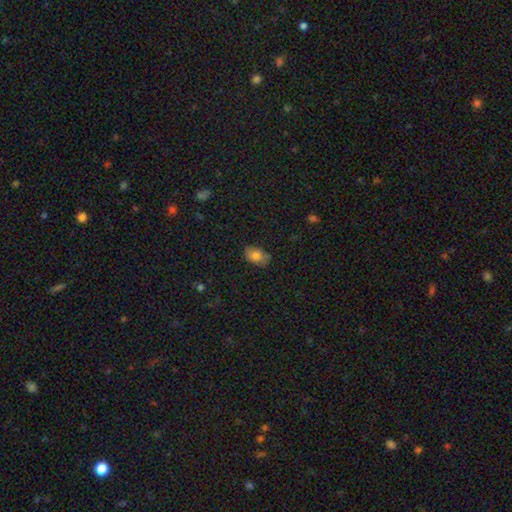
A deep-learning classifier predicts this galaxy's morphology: Overall: smooth (79%). How rounded: in between (86%). Merging: none (72%).